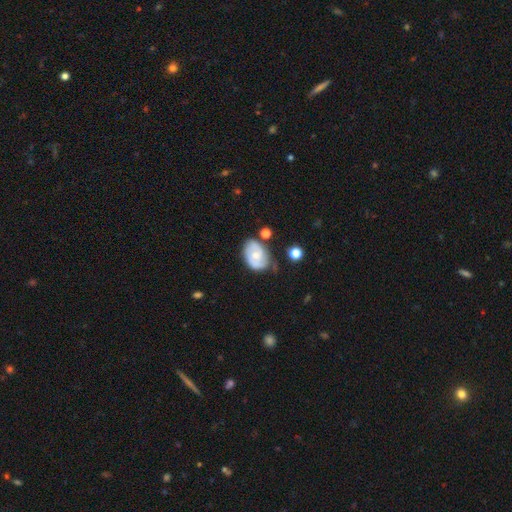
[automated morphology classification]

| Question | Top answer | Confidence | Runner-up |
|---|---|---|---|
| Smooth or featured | featured or disk | 60% | smooth (33%) |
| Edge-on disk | no | 96% | yes (4%) |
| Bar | no | 72% | weak (24%) |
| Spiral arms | yes | 77% | no (23%) |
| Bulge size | small | 49% | moderate (45%) |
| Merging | none | 51% | minor disturbance (32%) |